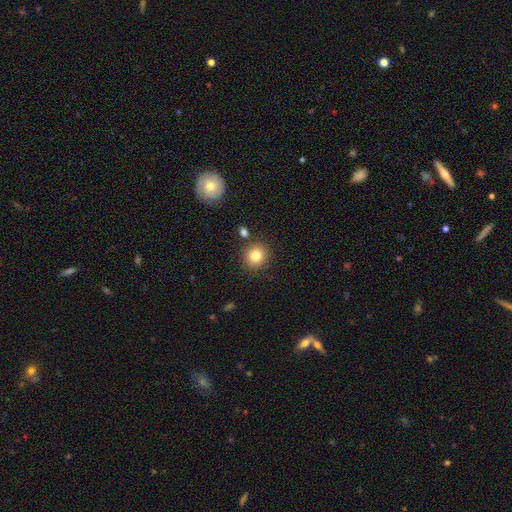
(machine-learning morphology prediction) A smooth galaxy with no disk features (82%) that is round (87%). Merging: none (84%).